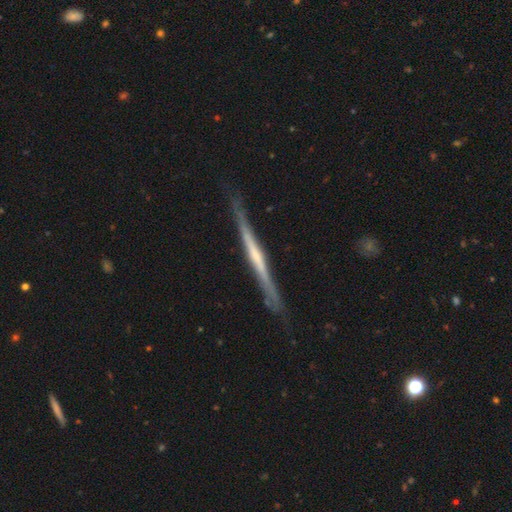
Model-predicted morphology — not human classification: smooth_or_featured: featured or disk (p=0.72) [alt: smooth p=0.23]
disk_edge_on: yes (p=0.97) [alt: no p=0.03]
edge_on_bulge: none (p=0.61) [alt: rounded p=0.23]
merging: none (p=0.82) [alt: minor disturbance p=0.14]